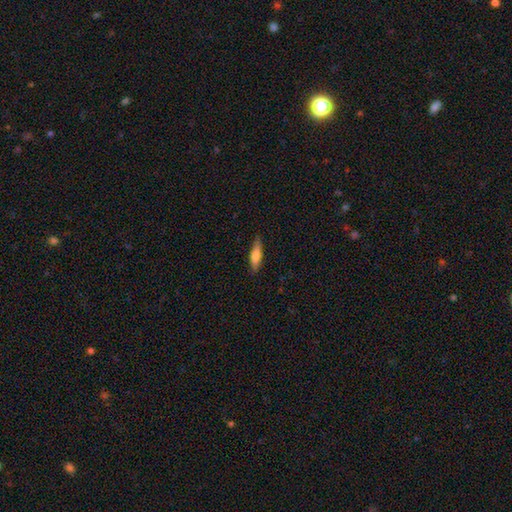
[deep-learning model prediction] This is likely a smooth galaxy (73%). How rounded: likely cigar-shaped (65%). Merging: clearly none (83%).